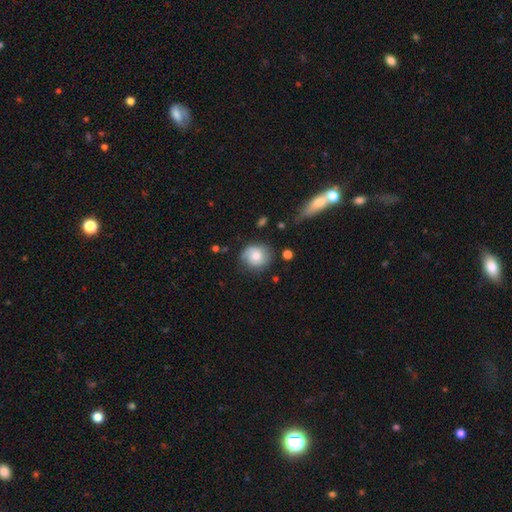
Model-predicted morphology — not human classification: Q: Smooth or featured?
A: smooth (58%); runner-up: featured or disk (34%)
Q: How rounded?
A: round (79%); runner-up: in between (20%)
Q: Merging?
A: none (69%); runner-up: minor disturbance (22%)